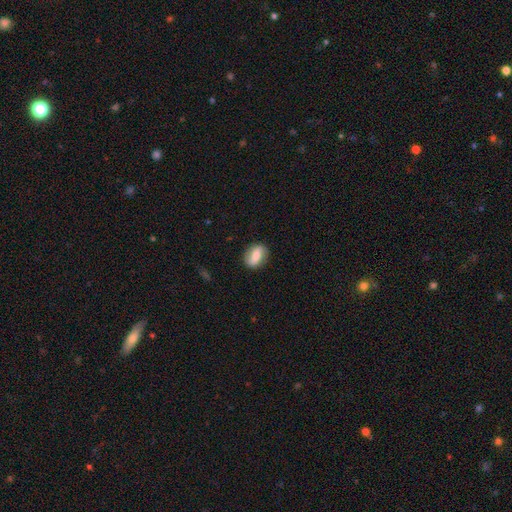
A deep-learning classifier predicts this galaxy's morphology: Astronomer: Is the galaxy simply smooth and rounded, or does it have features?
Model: smooth — 61%.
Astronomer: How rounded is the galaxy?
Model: in between — 75%.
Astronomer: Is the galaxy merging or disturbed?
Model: none — 81%.